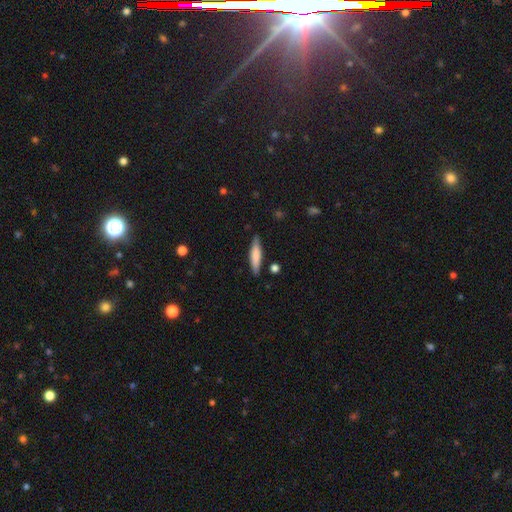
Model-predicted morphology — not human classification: The model was most divided on "smooth or featured": smooth: 72%, featured or disk: 22%, star or artifact: 6%. More confident: merging — none (84%); how rounded — cigar-shaped (78%).